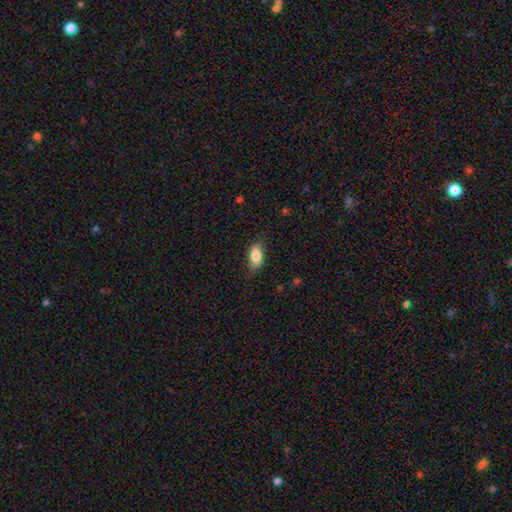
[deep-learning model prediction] The model was most divided on "merging": none: 71%, minor disturbance: 22%, major disturbance: 6%, merger: 1%. More confident: how rounded — in between (87%); smooth or featured — smooth (80%).